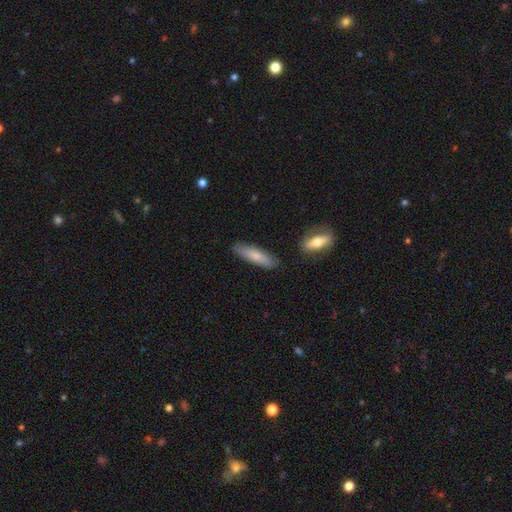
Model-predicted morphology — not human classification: A smooth galaxy with no disk features (75%) that is cigar-shaped (68%).

Vote fractions:
- Smooth or featured? smooth: 75% / featured or disk: 19% / star or artifact: 6%
- How rounded? cigar-shaped: 68% / in between: 31% / round: 2%
- Merging? none: 83% / minor disturbance: 12% / merger: 4% / major disturbance: 2%